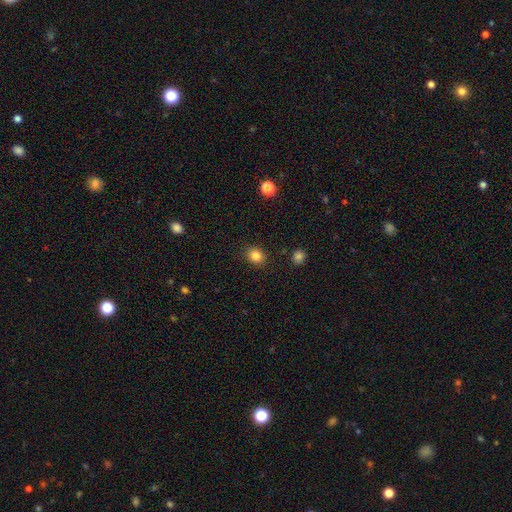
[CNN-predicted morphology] Q: Smooth or featured?
A: smooth (84%); runner-up: star or artifact (11%)
Q: How rounded?
A: round (67%); runner-up: in between (32%)
Q: Merging?
A: none (88%); runner-up: minor disturbance (8%)